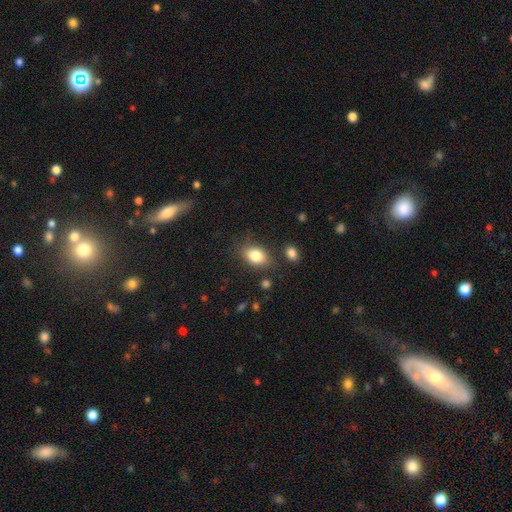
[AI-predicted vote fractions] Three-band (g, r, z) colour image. It shows a smooth galaxy with no disk features (82%) that is in between round and cigar-shaped (80%). Merging: none (74%).